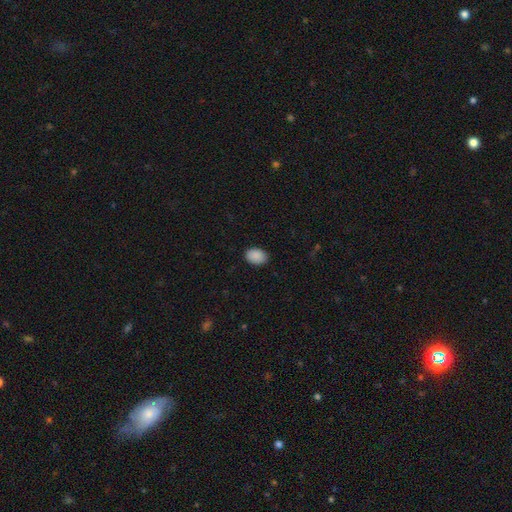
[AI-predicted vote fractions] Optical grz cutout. It shows a smooth galaxy with no disk features (90%) that is in between round and cigar-shaped (81%). Merging: none (88%).